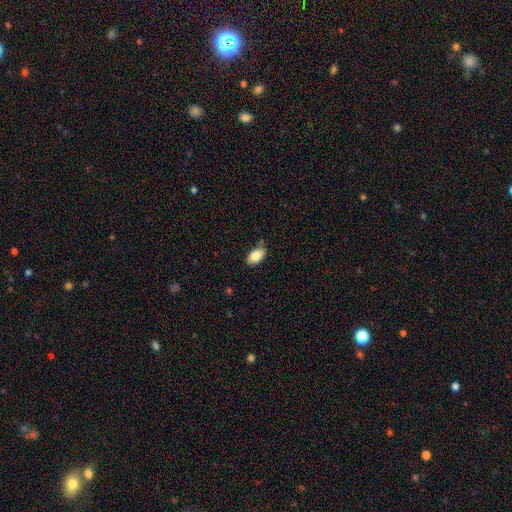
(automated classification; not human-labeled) smooth_or_featured: smooth (p=0.84) [alt: featured or disk p=0.09]
how_rounded: in between (p=0.92) [alt: round p=0.07]
merging: none (p=0.76) [alt: minor disturbance p=0.17]